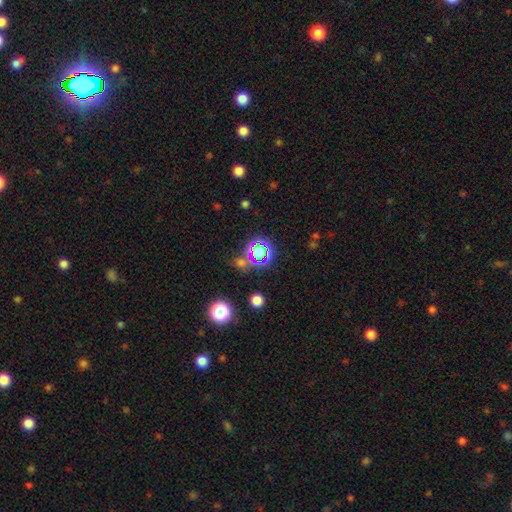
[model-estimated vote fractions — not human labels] A star or artifact, not a galaxy (67%).

Vote fractions:
- Smooth or featured? star or artifact: 67% / smooth: 24% / featured or disk: 9%